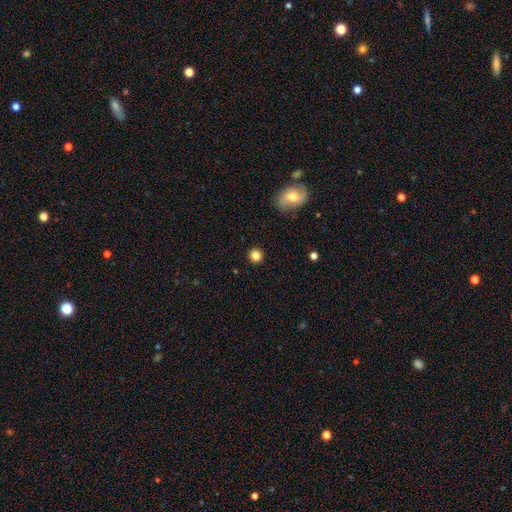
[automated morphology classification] A smooth galaxy with no disk features (83%) that is round (93%). Merging: none (92%).